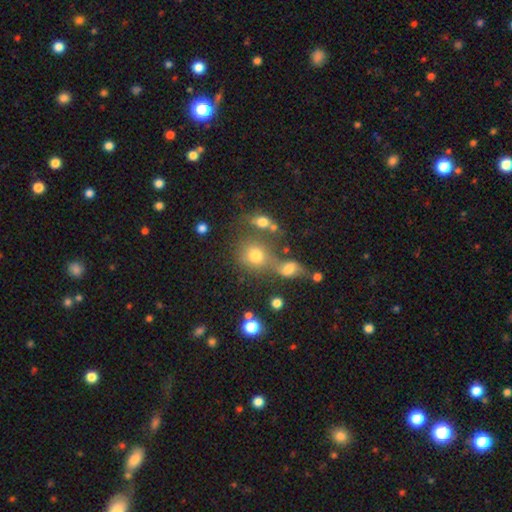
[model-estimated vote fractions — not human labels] Morphology: type=smooth (73%); roundness=round (74%); merging=none (46%).